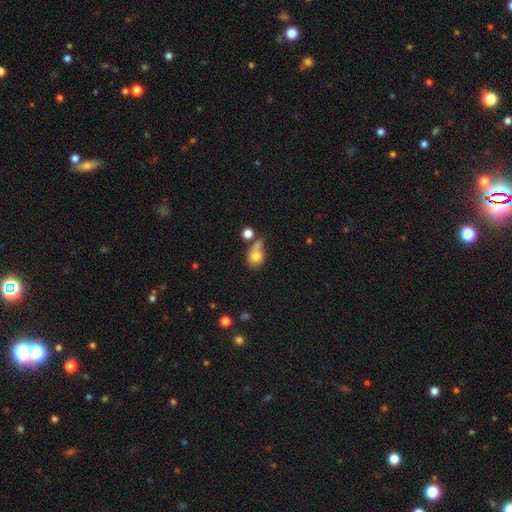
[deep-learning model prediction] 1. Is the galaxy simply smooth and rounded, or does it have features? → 76% smooth, 14% featured or disk, 10% star or artifact.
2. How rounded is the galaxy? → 52% round, 46% in between, 2% cigar-shaped.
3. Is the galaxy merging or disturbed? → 34% merger, 32% none, 19% minor disturbance, 15% major disturbance.